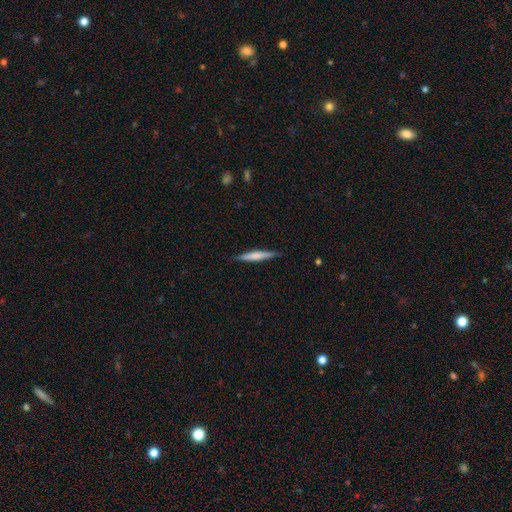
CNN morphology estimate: smooth 56%, featured or disk 38%, star or artifact 5%. Down the decision tree: how rounded — cigar-shaped (94%); merging — none (89%).